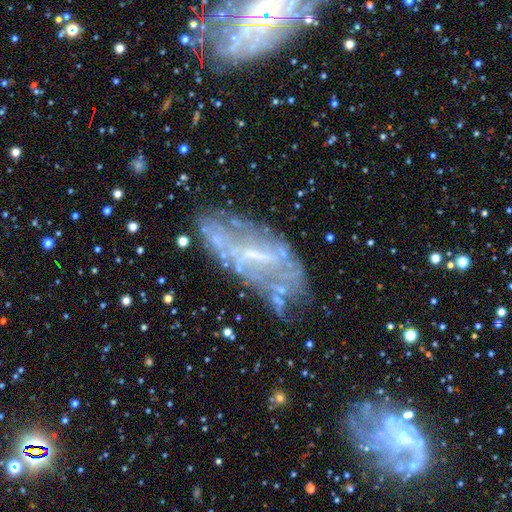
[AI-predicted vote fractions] Smooth or featured? Predicted: featured or disk (p=0.65). Edge-on disk? Predicted: no (p=0.85). Bar? Predicted: strong (p=0.38). Spiral arms? Predicted: no (p=0.51). Bulge size? Predicted: small (p=0.47). Merging? Predicted: none (p=0.54).